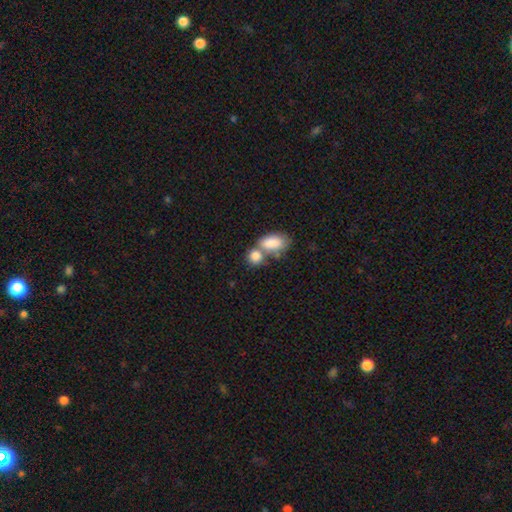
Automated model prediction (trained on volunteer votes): Q: Smooth or featured?
A: smooth (84%); runner-up: featured or disk (9%)
Q: How rounded?
A: in between (63%); runner-up: round (35%)
Q: Merging?
A: merger (54%); runner-up: none (33%)